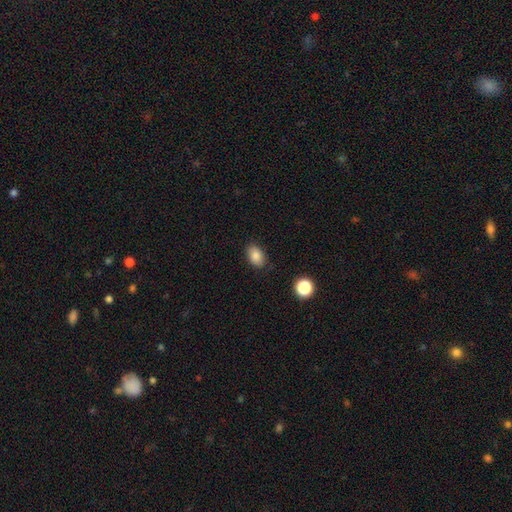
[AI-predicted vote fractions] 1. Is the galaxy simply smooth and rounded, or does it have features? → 85% smooth, 9% star or artifact, 5% featured or disk.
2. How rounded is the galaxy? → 85% in between, 14% round, 1% cigar-shaped.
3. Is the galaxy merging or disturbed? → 83% none, 13% minor disturbance, 3% major disturbance, 2% merger.